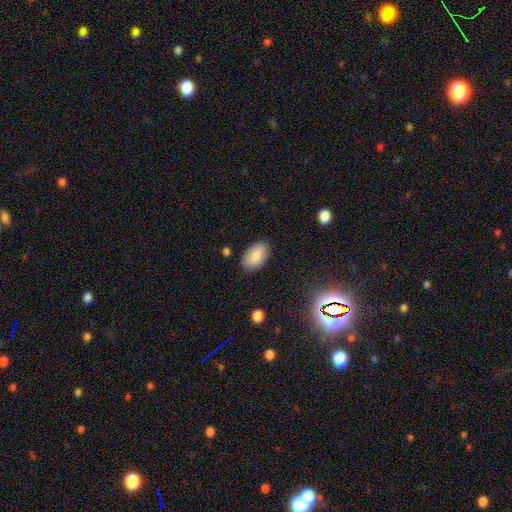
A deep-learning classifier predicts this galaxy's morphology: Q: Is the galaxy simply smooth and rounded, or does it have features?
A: smooth — 87%.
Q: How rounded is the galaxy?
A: in between — 93%.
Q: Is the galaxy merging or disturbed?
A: none — 84%.